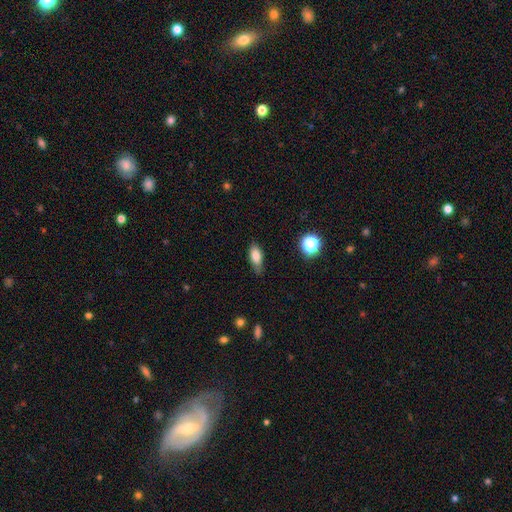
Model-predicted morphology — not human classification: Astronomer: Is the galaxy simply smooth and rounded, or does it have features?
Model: smooth — 80%.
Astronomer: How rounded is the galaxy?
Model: in between — 78%.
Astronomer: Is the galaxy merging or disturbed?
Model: none — 69%.